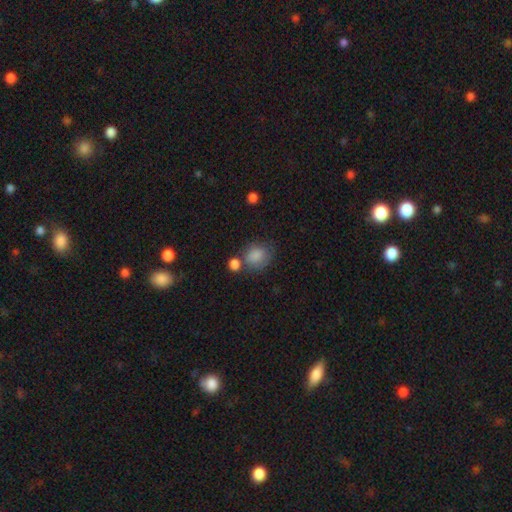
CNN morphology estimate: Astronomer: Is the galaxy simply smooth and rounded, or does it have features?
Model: smooth — 85%.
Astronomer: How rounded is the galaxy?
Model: round — 61% (runner-up: in between, 38%).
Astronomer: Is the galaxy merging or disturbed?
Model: none — 53%.